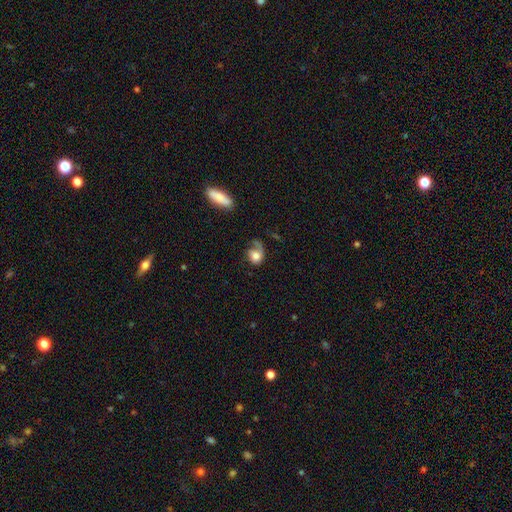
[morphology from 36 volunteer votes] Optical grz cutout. It shows a smooth galaxy with no disk features (67%) that is in between round and cigar-shaped (54%). Merging: major disturbance (46%).